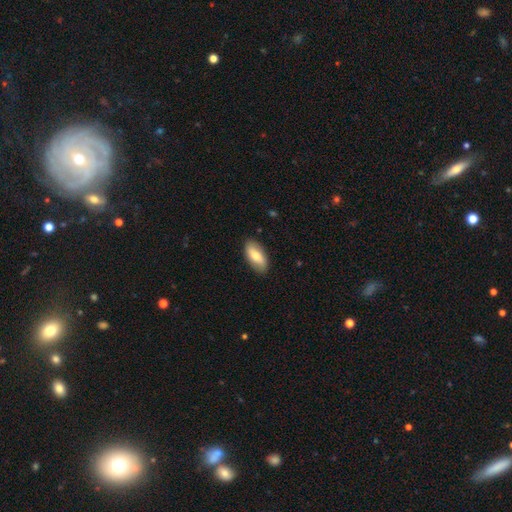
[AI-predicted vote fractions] The model was most divided on "smooth or featured": smooth: 66%, featured or disk: 28%, star or artifact: 6%. More confident: how rounded — in between (89%); merging — none (85%).